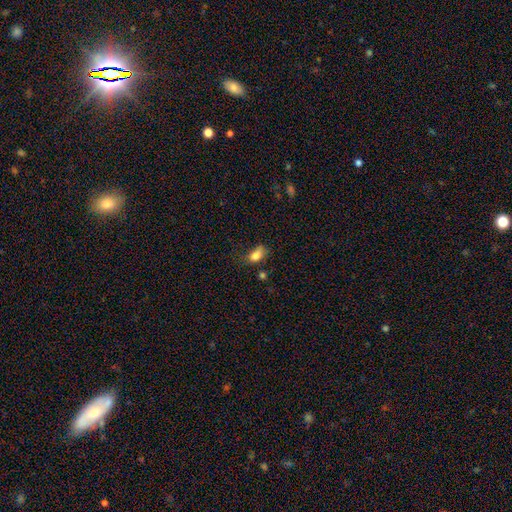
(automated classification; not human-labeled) Smooth or featured?
  - smooth: 79% *
  - featured or disk: 11%
  - star or artifact: 10%
How rounded?
  - in between: 82% *
  - round: 13%
  - cigar-shaped: 6%
Merging?
  - none: 38% *
  - minor disturbance: 34%
  - major disturbance: 21%
  - merger: 7%